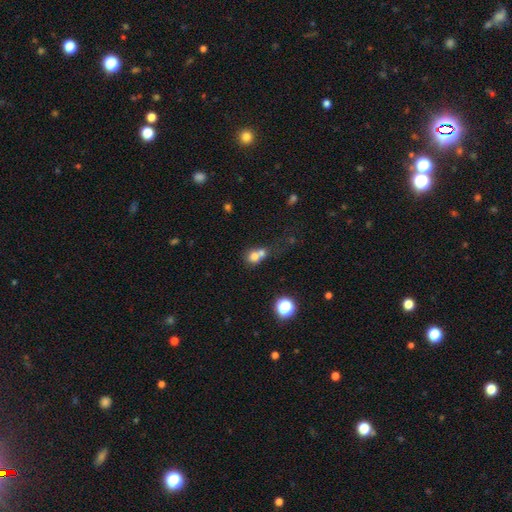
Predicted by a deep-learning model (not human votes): smooth-or-featured: smooth: 70% | featured or disk: 15% | star or artifact: 15%
  how-rounded: round: 77% | in between: 21% | cigar-shaped: 1%
  merging: merger: 58% | none: 30% | minor disturbance: 7% | major disturbance: 5%